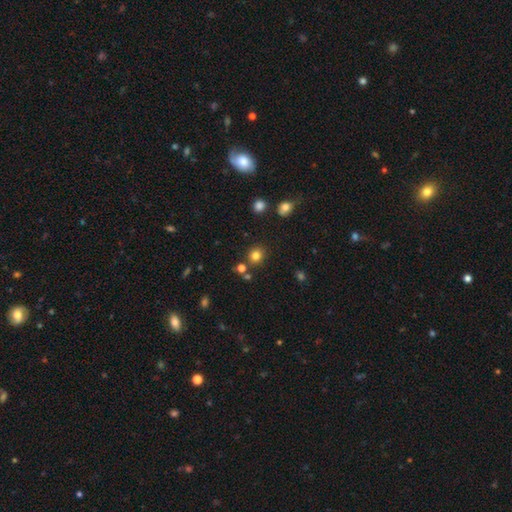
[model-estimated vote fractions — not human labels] smooth-or-featured: smooth: 80% | star or artifact: 14% | featured or disk: 6%
  how-rounded: round: 87% | in between: 12% | cigar-shaped: 1%
  merging: none: 83% | minor disturbance: 8% | merger: 6% | major disturbance: 3%